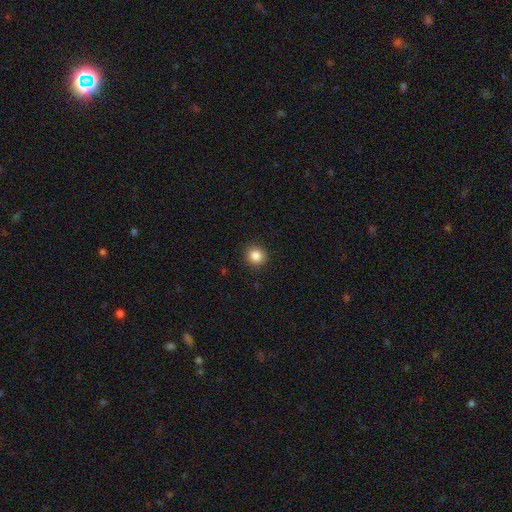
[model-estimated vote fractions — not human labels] smooth 86%, star or artifact 10%, featured or disk 4%. Down the decision tree: how rounded — round (91%); merging — none (91%).